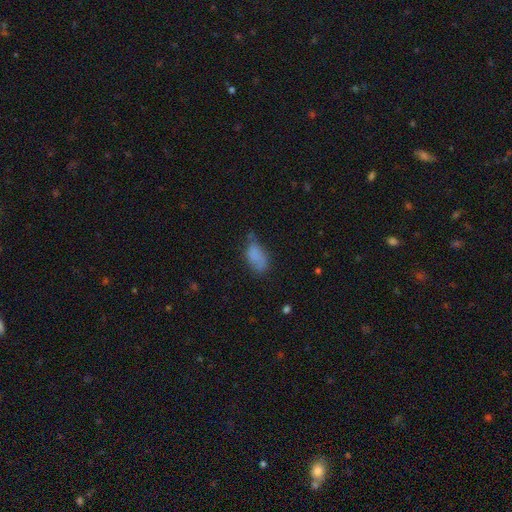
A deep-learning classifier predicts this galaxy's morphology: This is likely a smooth galaxy (76%). How rounded: clearly in between (90%). Merging: marginally none (41%).